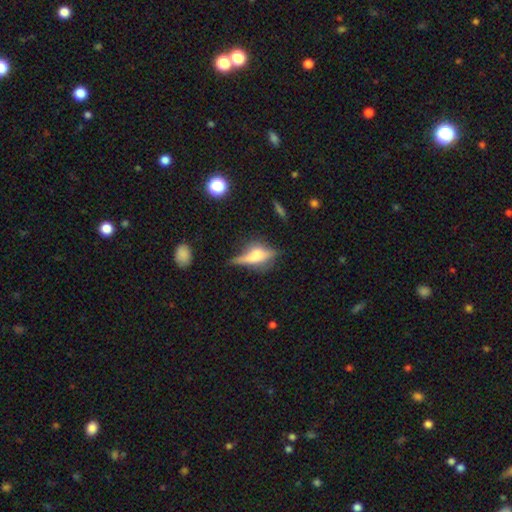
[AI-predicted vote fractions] This is possibly a featured or disk galaxy (49%). Merging: possibly none (49%).